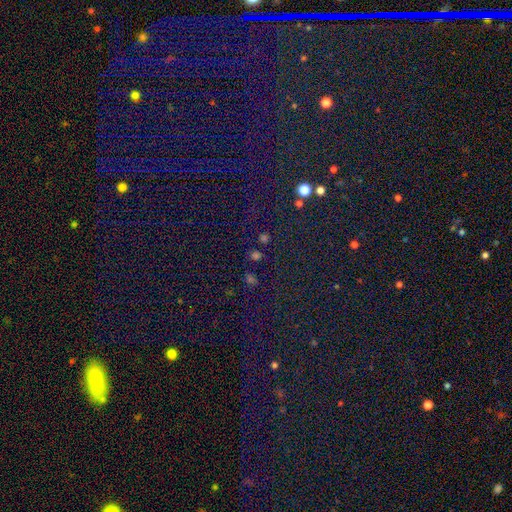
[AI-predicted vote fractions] Smooth or featured? Predicted: star or artifact (p=0.65).